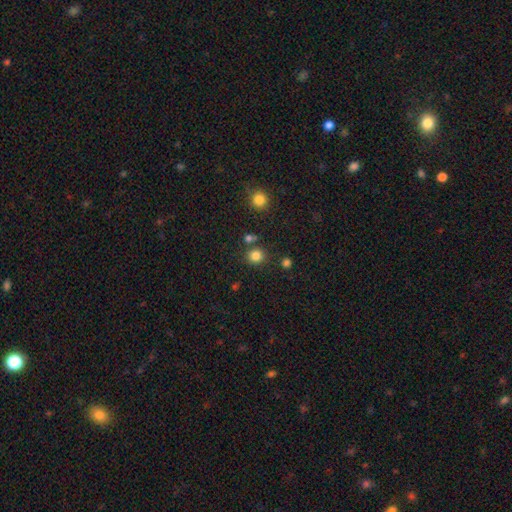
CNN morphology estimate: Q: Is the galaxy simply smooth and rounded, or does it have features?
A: smooth — 82%.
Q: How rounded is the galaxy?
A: round — 88%.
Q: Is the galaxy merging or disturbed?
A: none — 79%.